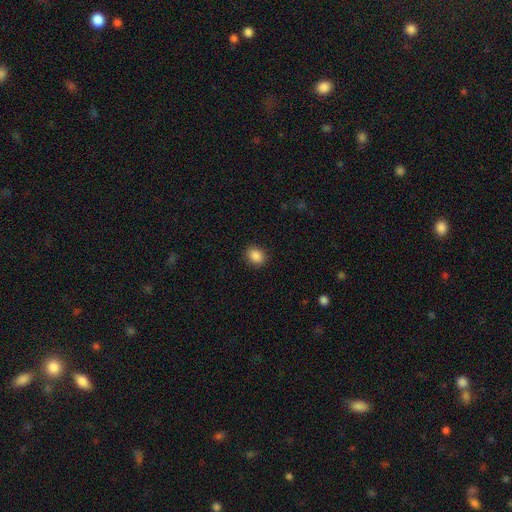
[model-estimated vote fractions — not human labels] smooth-or-featured: smooth: 87% | star or artifact: 9% | featured or disk: 3%
  how-rounded: in between: 51% | round: 48% | cigar-shaped: 1%
  merging: none: 89% | minor disturbance: 8% | major disturbance: 2% | merger: 1%